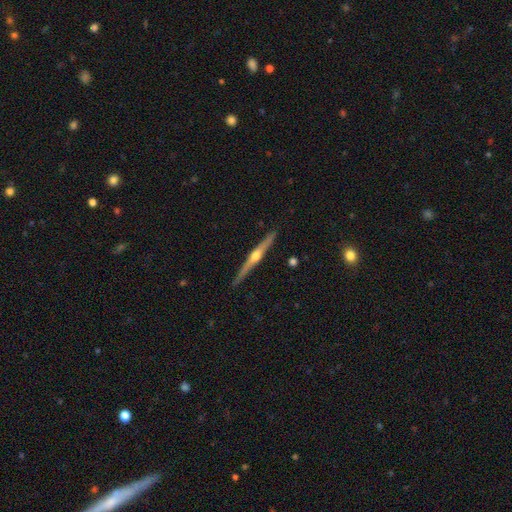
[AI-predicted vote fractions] Smooth or featured: featured or disk — 78% (smooth — 17%)
Edge-on disk: yes — 98% (no — 2%)
Edge-on bulge: rounded — 93% (none — 5%)
Merging: none — 89% (minor disturbance — 8%)